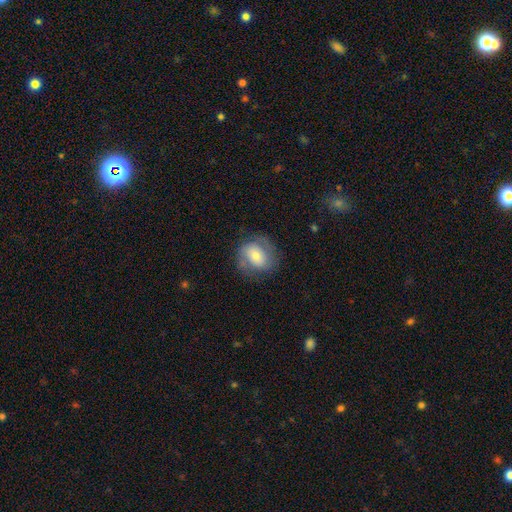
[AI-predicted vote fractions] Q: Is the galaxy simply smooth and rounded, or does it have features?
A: smooth — 47%.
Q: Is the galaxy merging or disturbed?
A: none — 69%.